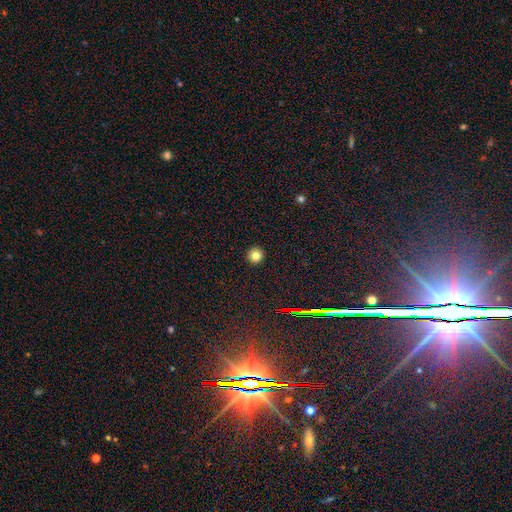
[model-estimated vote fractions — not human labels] This appears to be a smooth galaxy with no disk features (80%) that is round (94%). Merging: none (94%).